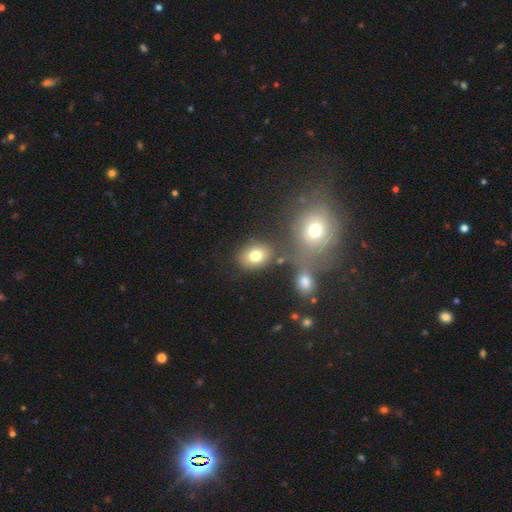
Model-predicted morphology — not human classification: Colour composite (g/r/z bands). It shows a smooth galaxy with no disk features (78%) that is in between round and cigar-shaped (62%). Merging: none (74%).